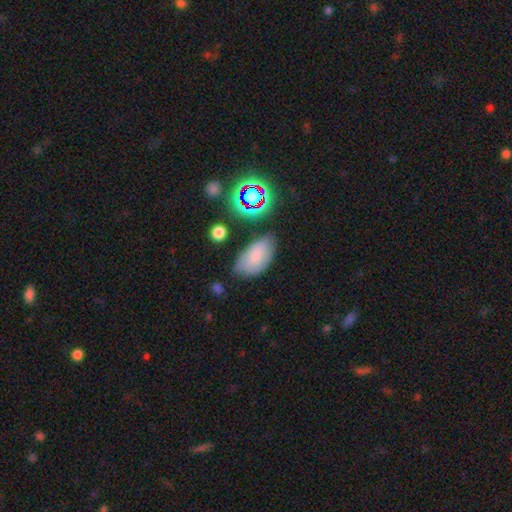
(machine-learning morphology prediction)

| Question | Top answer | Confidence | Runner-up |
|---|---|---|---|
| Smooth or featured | smooth | 74% | featured or disk (15%) |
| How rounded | in between | 94% | round (4%) |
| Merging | none | 66% | minor disturbance (23%) |